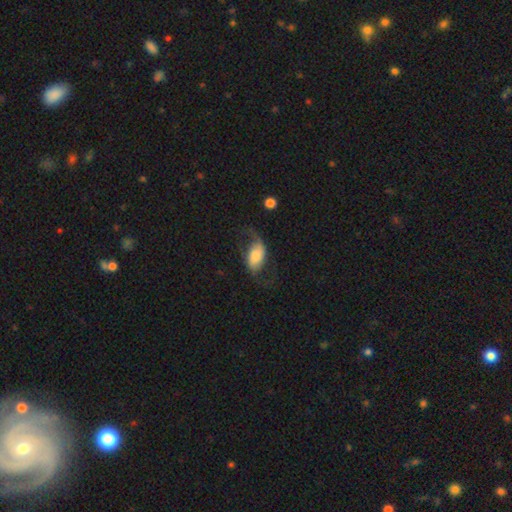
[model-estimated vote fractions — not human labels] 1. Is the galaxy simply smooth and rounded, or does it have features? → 60% featured or disk, 33% smooth, 7% star or artifact.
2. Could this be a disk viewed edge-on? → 95% no, 5% yes.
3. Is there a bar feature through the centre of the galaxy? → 52% no, 34% weak, 14% strong.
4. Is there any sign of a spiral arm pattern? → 89% yes, 11% no.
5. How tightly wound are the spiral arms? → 76% loose, 19% medium, 5% tight.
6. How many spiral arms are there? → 88% 2, 6% 1, 3% can't tell, 1% 3, 1% 4, 1% more than 4.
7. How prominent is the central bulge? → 34% moderate, 27% large, 20% small, 9% none, 9% dominant.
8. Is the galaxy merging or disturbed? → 53% none, 24% major disturbance, 21% minor disturbance, 2% merger.